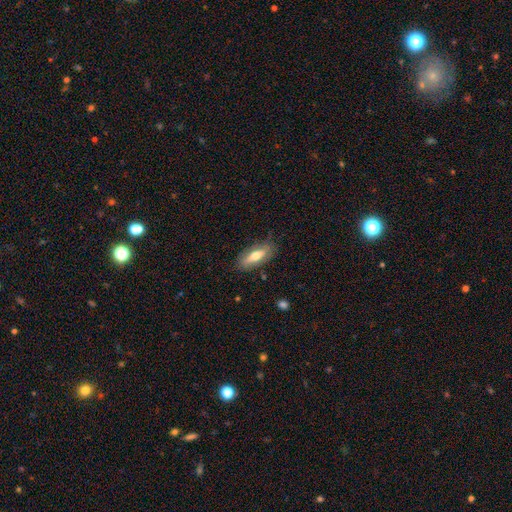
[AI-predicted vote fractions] Smooth or featured?
  - smooth: 56% *
  - featured or disk: 37%
  - star or artifact: 7%
How rounded?
  - in between: 68% *
  - cigar-shaped: 29%
  - round: 3%
Merging?
  - none: 78% *
  - minor disturbance: 17%
  - major disturbance: 4%
  - merger: 2%